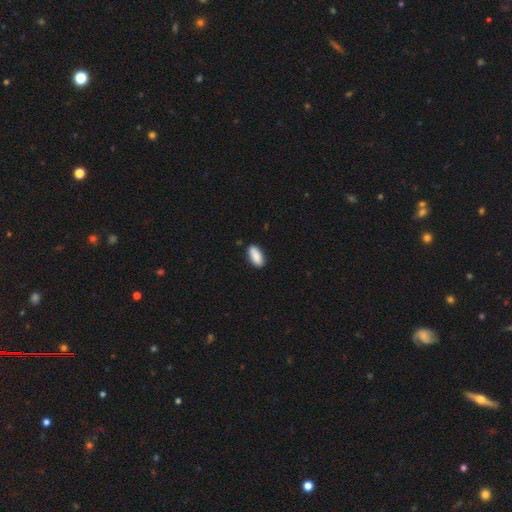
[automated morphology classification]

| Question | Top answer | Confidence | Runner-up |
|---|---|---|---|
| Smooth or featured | smooth | 89% | star or artifact (6%) |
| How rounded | in between | 86% | cigar-shaped (12%) |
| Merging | none | 87% | minor disturbance (10%) |